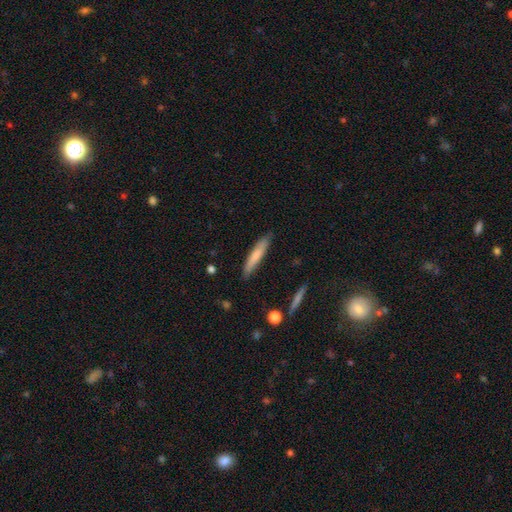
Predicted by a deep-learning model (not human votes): smooth_or_featured: smooth (p=0.73) [alt: featured or disk p=0.21]
how_rounded: cigar-shaped (p=0.90) [alt: in between p=0.09]
merging: none (p=0.86) [alt: minor disturbance p=0.11]